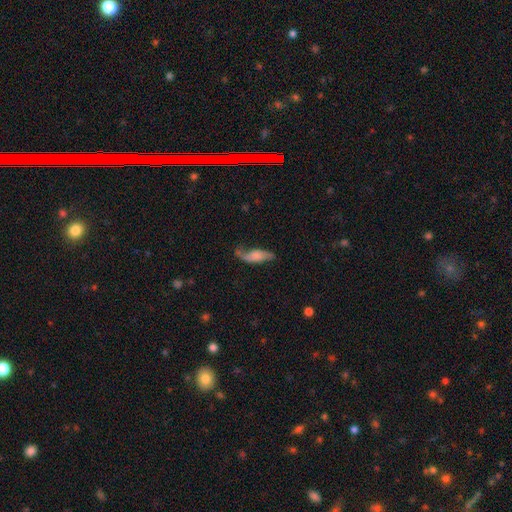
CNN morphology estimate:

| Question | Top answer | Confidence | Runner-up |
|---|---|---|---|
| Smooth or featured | smooth | 47% | featured or disk (45%) |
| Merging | none | 50% | minor disturbance (29%) |